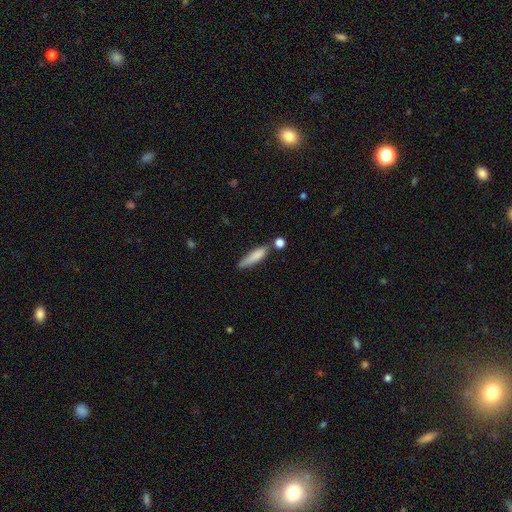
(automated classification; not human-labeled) This appears to be a smooth galaxy with no disk features (80%) that is cigar-shaped (79%). Merging: none (61%).